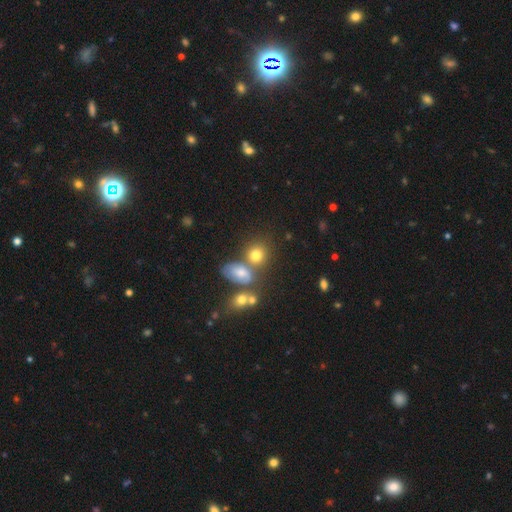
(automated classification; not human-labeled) This appears to be a smooth galaxy with no disk features (71%) that is round (63%). Merging: none (46%).